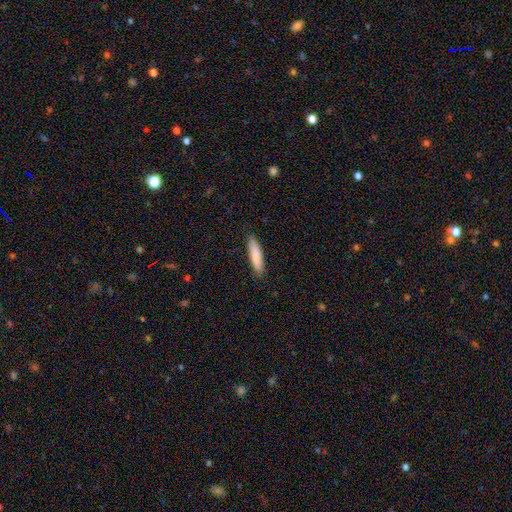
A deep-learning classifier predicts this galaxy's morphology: A smooth galaxy with no disk features (86%) that is cigar-shaped (79%).

Vote fractions:
- Smooth or featured? smooth: 86% / featured or disk: 9% / star or artifact: 6%
- How rounded? cigar-shaped: 79% / in between: 19% / round: 1%
- Merging? none: 88% / minor disturbance: 9% / major disturbance: 2% / merger: 1%